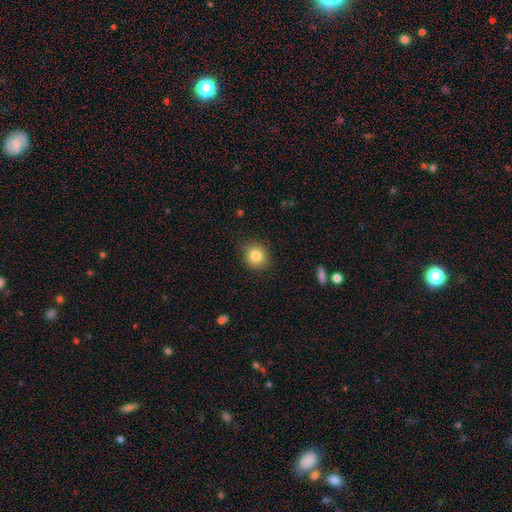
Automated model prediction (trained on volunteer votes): Morphology: type=smooth (84%); roundness=round (86%); merging=none (88%).